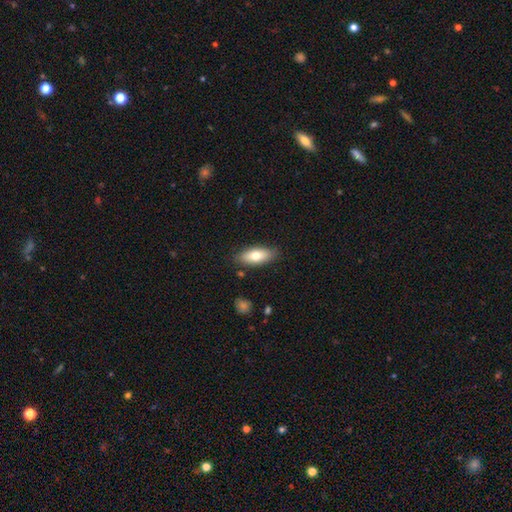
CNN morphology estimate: Smooth or featured? smooth (73%)
How rounded? in between (80%)
Merging? none (85%)